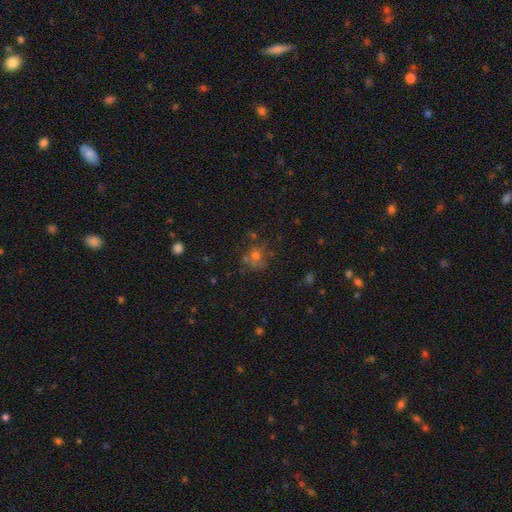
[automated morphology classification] smooth-or-featured: smooth: 57% | star or artifact: 26% | featured or disk: 18%
  how-rounded: round: 80% | in between: 19% | cigar-shaped: 1%
  merging: none: 57% | merger: 17% | minor disturbance: 16% | major disturbance: 10%